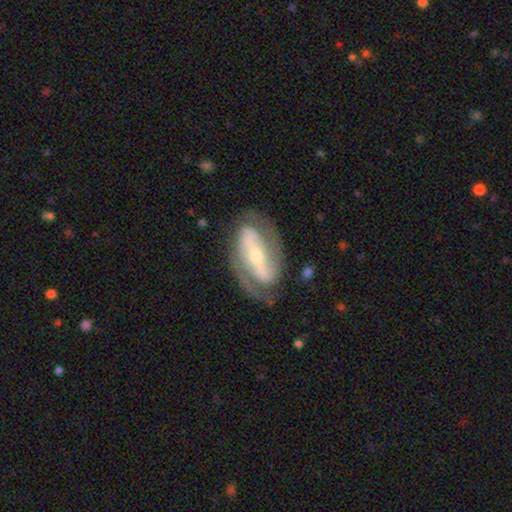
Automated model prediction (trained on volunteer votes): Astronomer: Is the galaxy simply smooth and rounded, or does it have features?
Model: featured or disk — 87%.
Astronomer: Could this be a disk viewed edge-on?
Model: no — 94%.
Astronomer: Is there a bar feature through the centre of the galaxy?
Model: strong — 64%.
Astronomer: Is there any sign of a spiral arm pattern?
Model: yes — 91%.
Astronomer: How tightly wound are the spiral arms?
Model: medium — 43% (runner-up: tight, 40%).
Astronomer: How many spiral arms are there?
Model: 2 — 87%.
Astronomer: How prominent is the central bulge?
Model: small — 52% (runner-up: moderate, 43%).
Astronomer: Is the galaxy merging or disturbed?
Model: none — 75%.